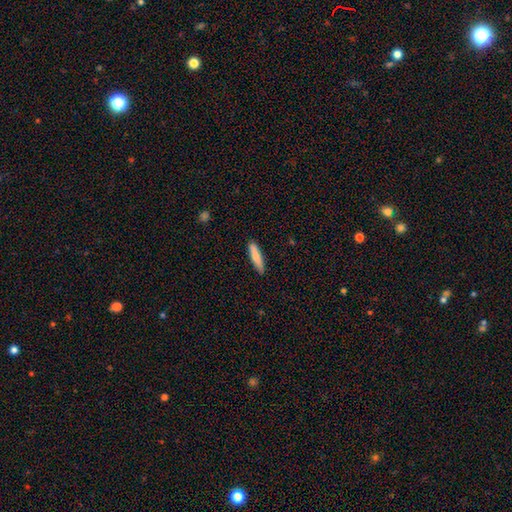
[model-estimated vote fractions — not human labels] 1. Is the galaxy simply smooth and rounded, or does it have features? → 81% smooth, 13% featured or disk, 6% star or artifact.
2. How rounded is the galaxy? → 82% cigar-shaped, 16% in between, 1% round.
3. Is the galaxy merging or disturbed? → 86% none, 11% minor disturbance, 2% major disturbance, 1% merger.